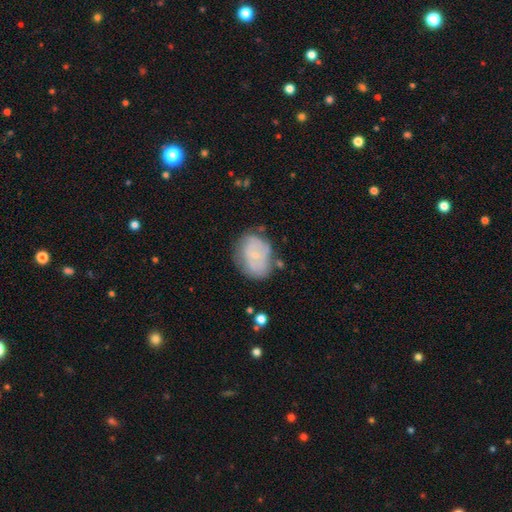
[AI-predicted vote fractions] Morphology: type=featured or disk (47%); merging=none (55%).